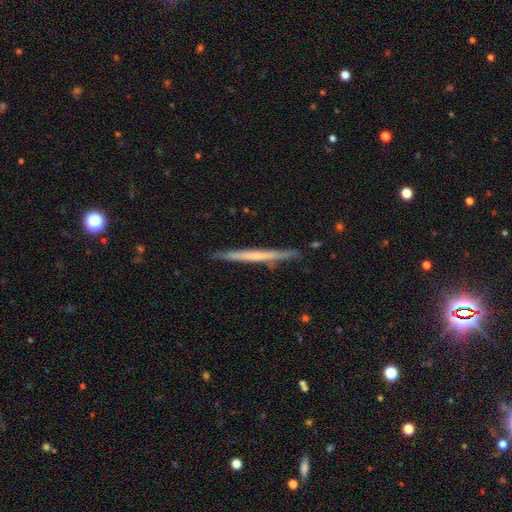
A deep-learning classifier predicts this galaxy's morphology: The model was most divided on "smooth or featured": featured or disk: 52%, smooth: 42%, star or artifact: 5%. More confident: edge-on disk — yes (97%); merging — none (88%); edge-on bulge — none (83%).